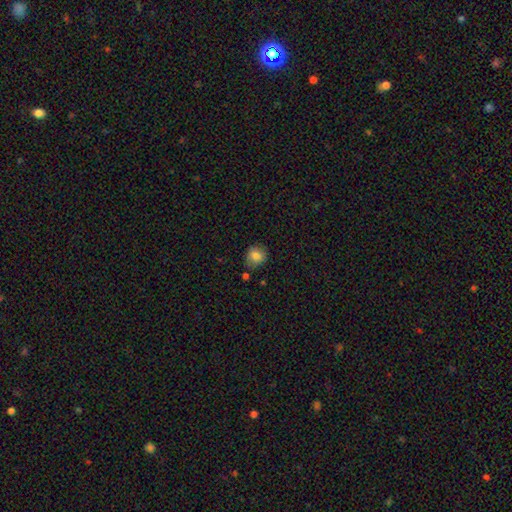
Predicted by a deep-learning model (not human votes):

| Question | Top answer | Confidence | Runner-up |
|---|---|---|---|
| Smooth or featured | smooth | 82% | star or artifact (10%) |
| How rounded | round | 74% | in between (25%) |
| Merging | none | 74% | minor disturbance (17%) |